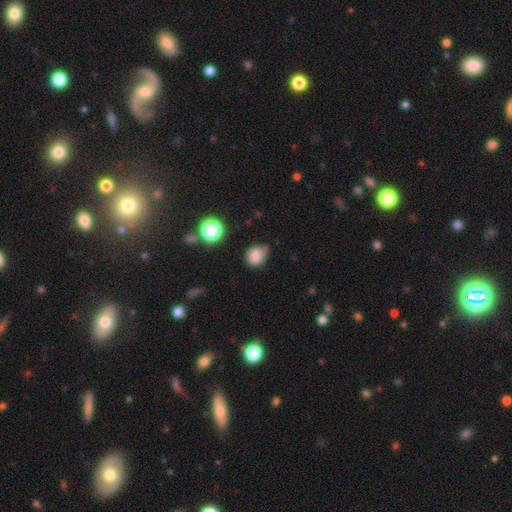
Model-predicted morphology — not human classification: Overall: smooth (81%). How rounded: round (69%; in between 30%). Merging: none (56%; minor disturbance 34%).